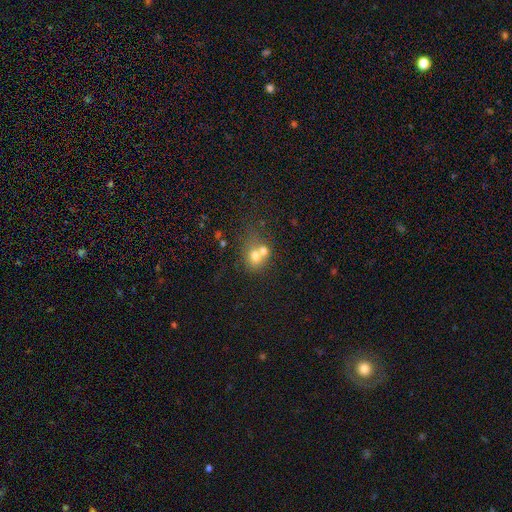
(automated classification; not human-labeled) Smooth or featured? Predicted: smooth (p=0.67). How rounded? Predicted: round (p=0.67). Merging? Predicted: merger (p=0.57).